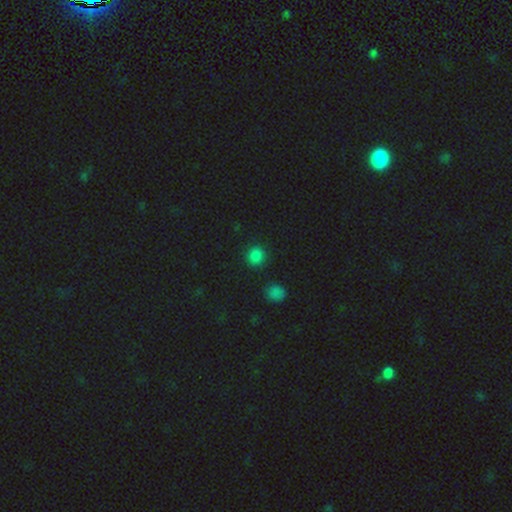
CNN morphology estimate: This appears to be a smooth galaxy with no disk features (81%) that is round (87%). Merging: none (89%).